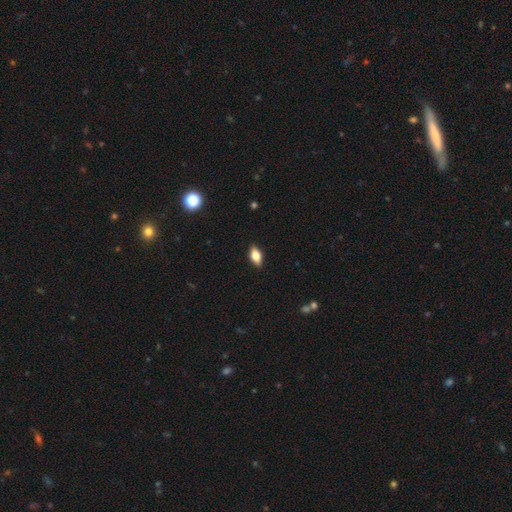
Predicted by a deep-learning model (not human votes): Morphology: type=smooth (75%); roundness=in between (87%); merging=none (88%).